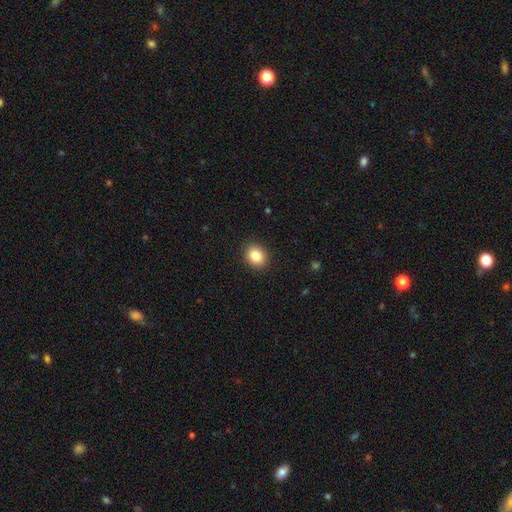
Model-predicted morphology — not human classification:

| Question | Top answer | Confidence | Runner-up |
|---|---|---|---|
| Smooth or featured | smooth | 84% | star or artifact (10%) |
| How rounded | round | 60% | in between (40%) |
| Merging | none | 91% | minor disturbance (7%) |